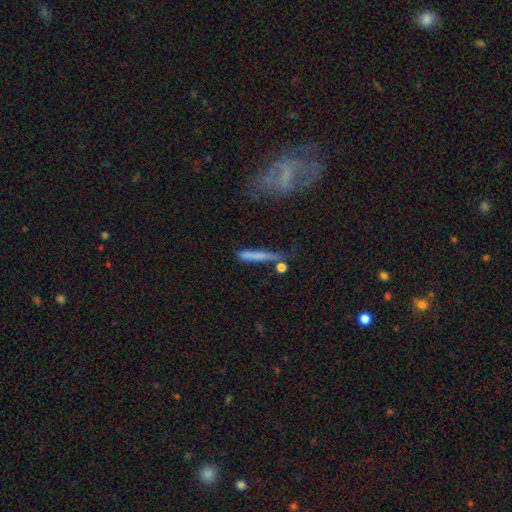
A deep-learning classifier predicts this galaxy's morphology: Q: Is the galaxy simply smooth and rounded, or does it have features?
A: smooth — 66%.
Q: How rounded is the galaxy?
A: cigar-shaped — 90%.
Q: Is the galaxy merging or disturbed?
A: none — 58%.